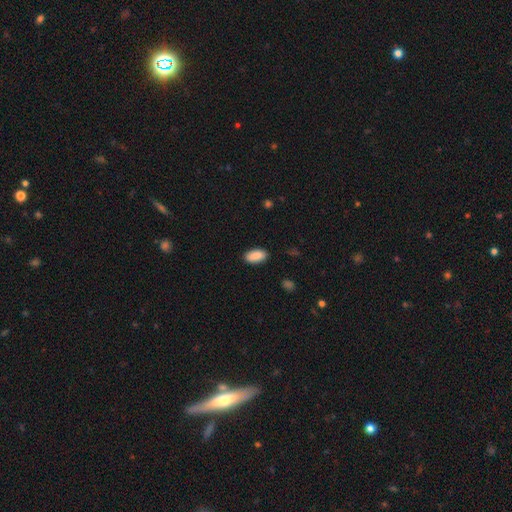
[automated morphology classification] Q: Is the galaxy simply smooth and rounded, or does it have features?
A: smooth — 90%.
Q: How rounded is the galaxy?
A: in between — 93%.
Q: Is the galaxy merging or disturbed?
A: none — 88%.